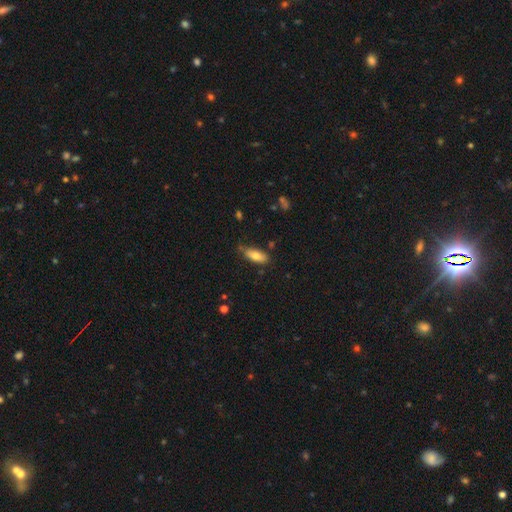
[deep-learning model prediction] The model was most divided on "merging": none: 74%, minor disturbance: 19%, major disturbance: 3%, merger: 3%. More confident: how rounded — in between (78%); smooth or featured — smooth (76%).